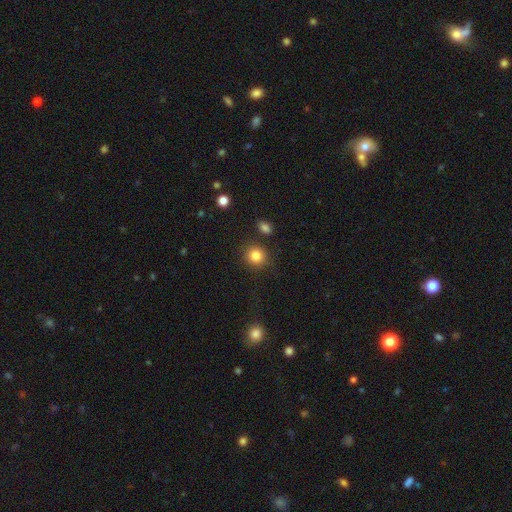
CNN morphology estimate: The model was most divided on "smooth or featured": smooth: 85%, star or artifact: 10%, featured or disk: 5%. More confident: how rounded — round (87%); merging — none (85%).